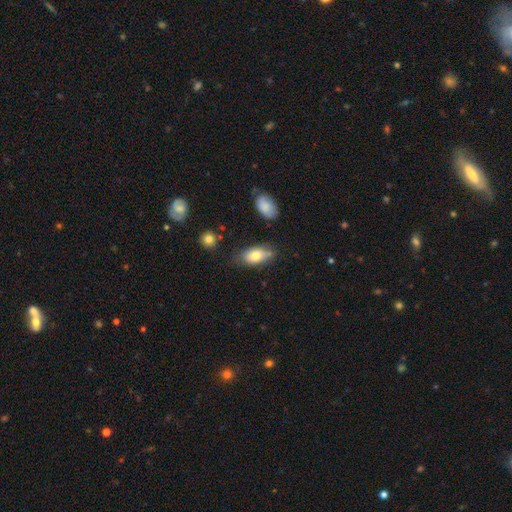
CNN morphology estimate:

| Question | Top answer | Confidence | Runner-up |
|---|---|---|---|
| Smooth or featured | smooth | 74% | featured or disk (18%) |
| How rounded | in between | 91% | round (5%) |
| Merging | none | 64% | minor disturbance (25%) |